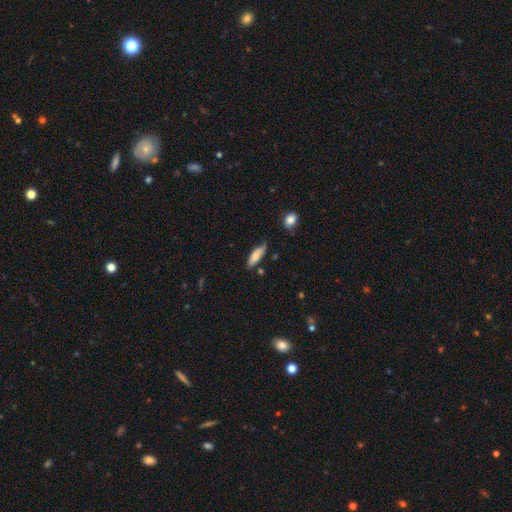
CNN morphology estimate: This is likely a smooth galaxy (79%). How rounded: possibly in between (52%). Merging: likely none (64%).